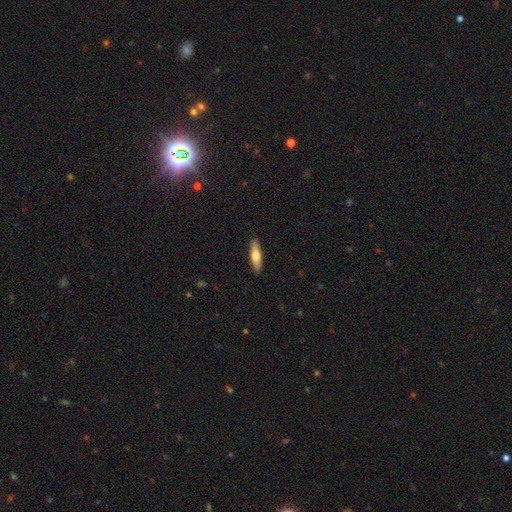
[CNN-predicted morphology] This is possibly a smooth galaxy (58%). How rounded: likely cigar-shaped (72%). Merging: clearly none (90%).